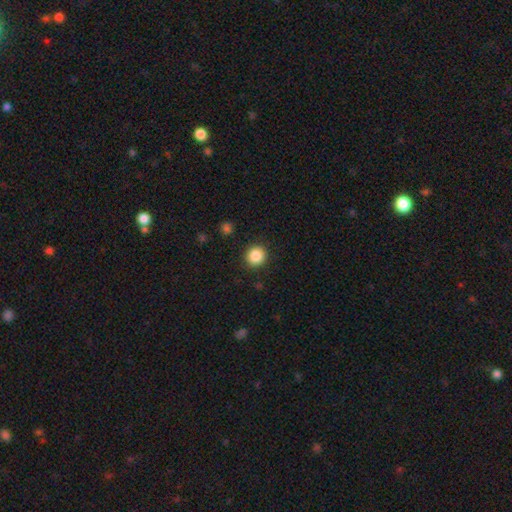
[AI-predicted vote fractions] smooth_or_featured: smooth (p=0.86) [alt: star or artifact p=0.10]
how_rounded: round (p=0.93) [alt: in between p=0.06]
merging: none (p=0.90) [alt: minor disturbance p=0.06]